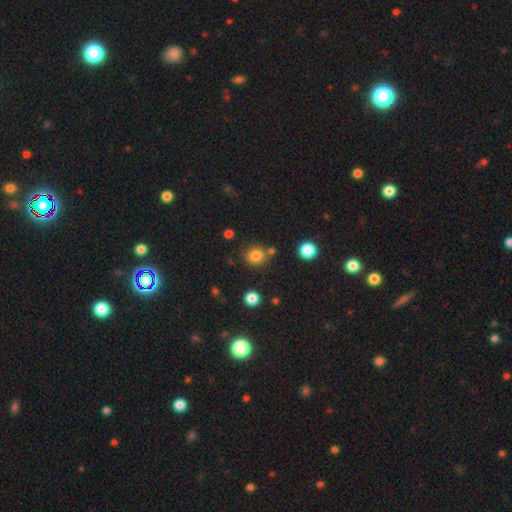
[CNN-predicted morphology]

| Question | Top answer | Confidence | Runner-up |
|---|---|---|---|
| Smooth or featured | smooth | 81% | star or artifact (13%) |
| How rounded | round | 84% | in between (15%) |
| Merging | none | 77% | minor disturbance (10%) |